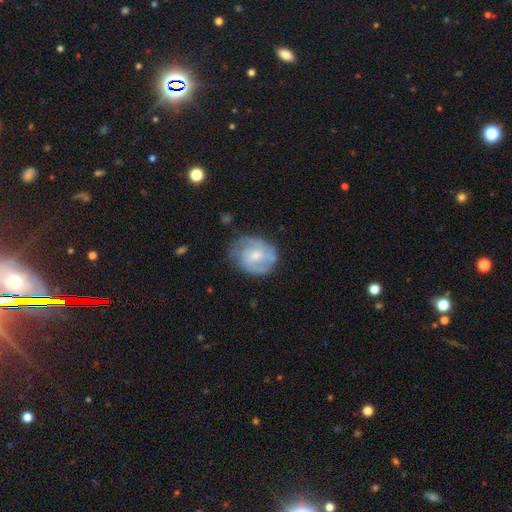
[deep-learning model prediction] Smooth or featured? Predicted: featured or disk (p=0.64). Edge-on disk? Predicted: no (p=0.97). Bar? Predicted: no (p=0.54). Spiral arms? Predicted: yes (p=0.82). Spiral winding? Predicted: medium (p=0.43). Spiral arm count? Predicted: 2 (p=0.50). Bulge size? Predicted: moderate (p=0.49). Merging? Predicted: none (p=0.65).